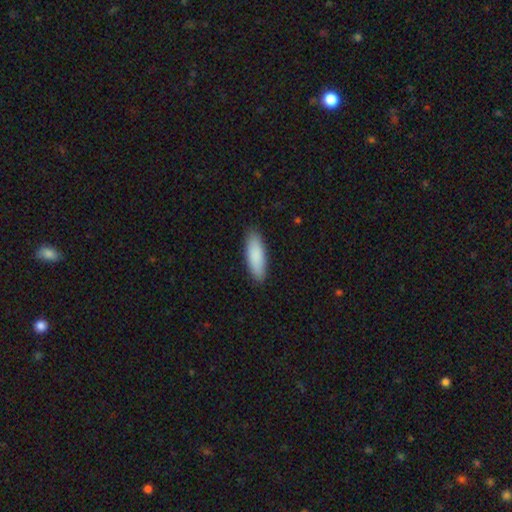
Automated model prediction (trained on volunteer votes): This is clearly a smooth galaxy (88%). How rounded: possibly in between (49%, tied with cigar-shaped). Merging: clearly none (88%).